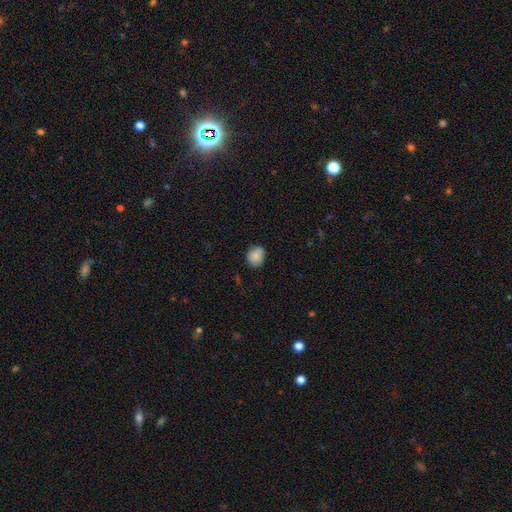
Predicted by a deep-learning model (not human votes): smooth_or_featured: smooth (p=0.81) [alt: featured or disk p=0.11]
how_rounded: round (p=0.63) [alt: in between p=0.36]
merging: none (p=0.74) [alt: minor disturbance p=0.21]